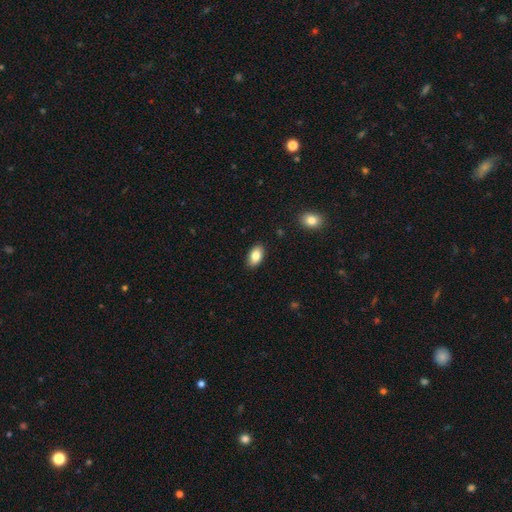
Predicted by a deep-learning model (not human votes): Smooth or featured? Predicted: smooth (p=0.84). How rounded? Predicted: in between (p=0.93). Merging? Predicted: none (p=0.89).